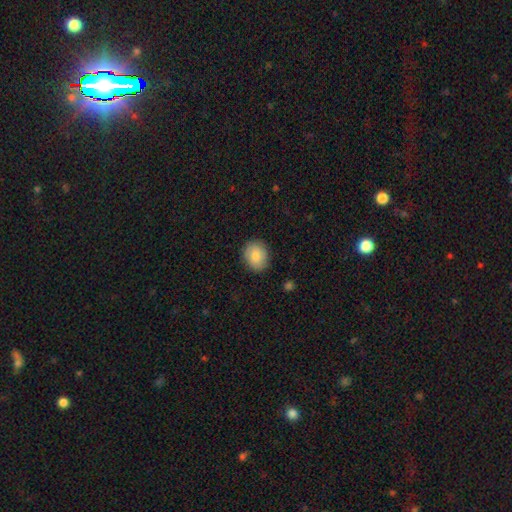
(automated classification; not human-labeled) Smooth or featured?
  - smooth: 82% *
  - featured or disk: 10%
  - star or artifact: 7%
How rounded?
  - round: 62% *
  - in between: 37%
  - cigar-shaped: 1%
Merging?
  - none: 88% *
  - minor disturbance: 9%
  - major disturbance: 2%
  - merger: 1%